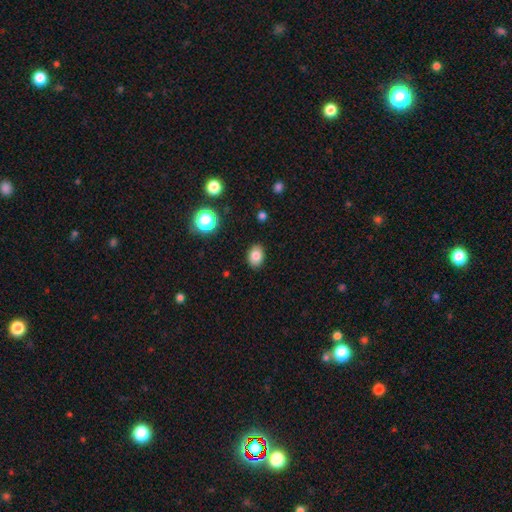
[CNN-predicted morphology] smooth_or_featured: smooth (p=0.83) [alt: star or artifact p=0.10]
how_rounded: in between (p=0.74) [alt: round p=0.25]
merging: none (p=0.88) [alt: minor disturbance p=0.09]